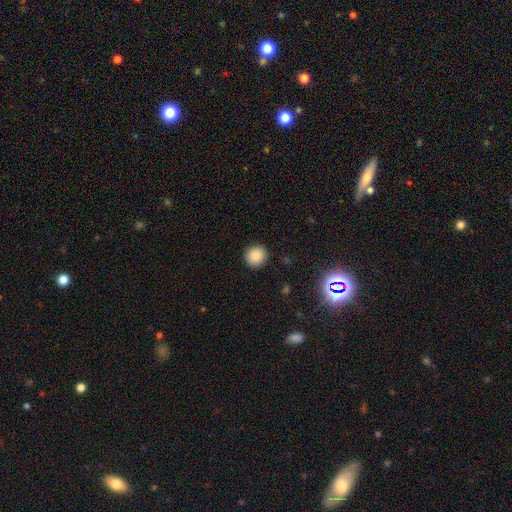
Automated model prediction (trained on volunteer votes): Smooth or featured: smooth — 86% (star or artifact — 10%)
How rounded: round — 92% (in between — 7%)
Merging: none — 91% (minor disturbance — 6%)